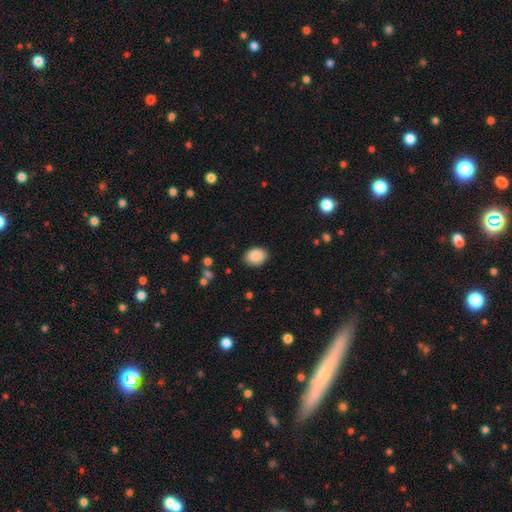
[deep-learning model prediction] This appears to be a smooth galaxy with no disk features (89%) that is in between round and cigar-shaped (60%). Merging: none (87%).